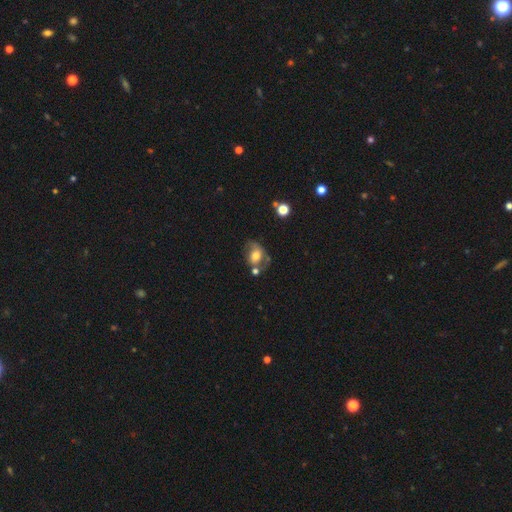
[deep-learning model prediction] Smooth or featured? smooth (49%)
Merging? none (40%)